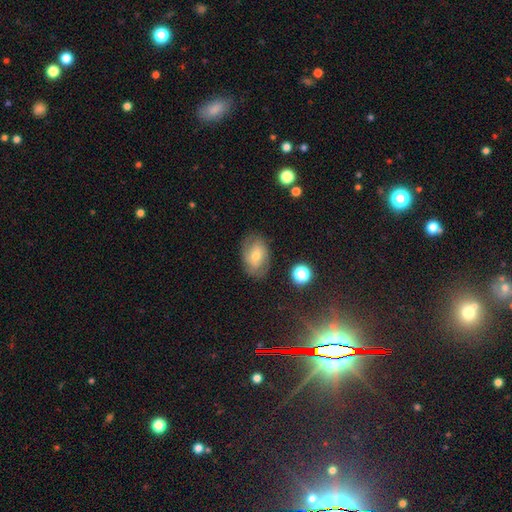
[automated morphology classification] type=featured or disk (45%, tied with smooth); merging=none (75%).